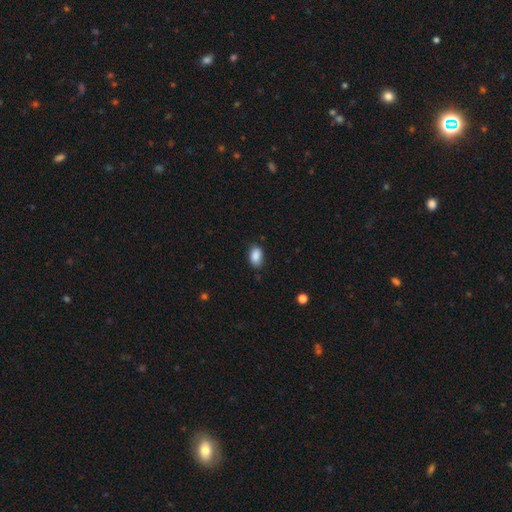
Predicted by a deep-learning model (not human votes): Smooth or featured: smooth — 88% (star or artifact — 8%)
How rounded: in between — 89% (round — 9%)
Merging: none — 82% (minor disturbance — 14%)